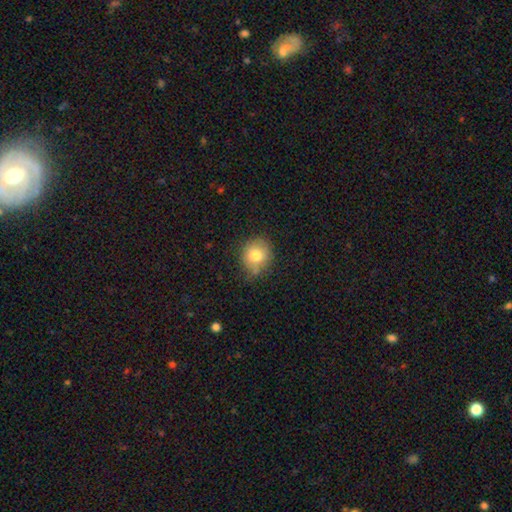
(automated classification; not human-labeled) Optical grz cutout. It shows a smooth galaxy with no disk features (77%) that is round (79%). Merging: none (66%).